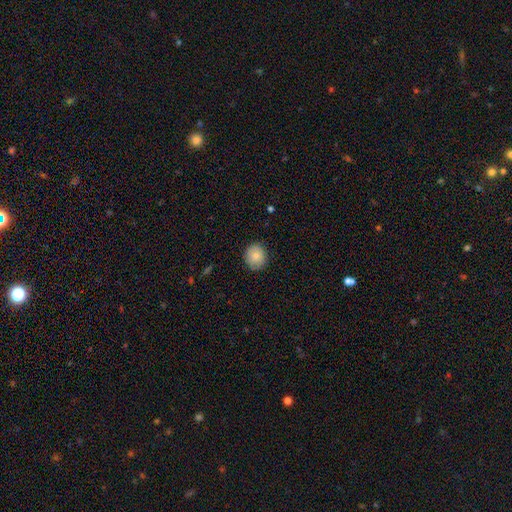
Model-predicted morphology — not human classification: Smooth or featured: smooth — 82% (featured or disk — 10%)
How rounded: round — 82% (in between — 17%)
Merging: none — 85% (minor disturbance — 12%)